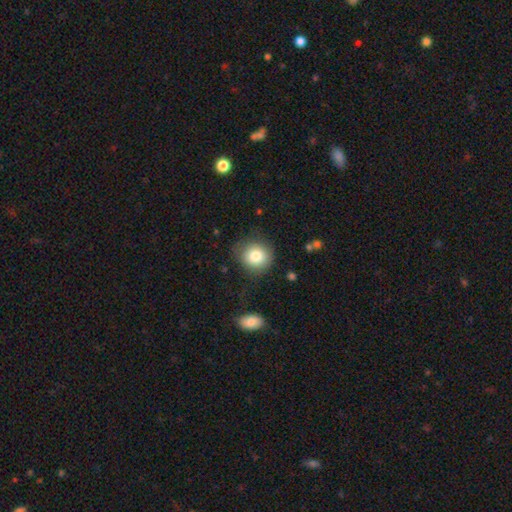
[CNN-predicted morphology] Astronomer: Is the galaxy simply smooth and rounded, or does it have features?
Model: smooth — 82%.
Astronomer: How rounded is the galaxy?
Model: round — 85%.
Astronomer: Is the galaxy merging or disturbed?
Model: none — 78%.